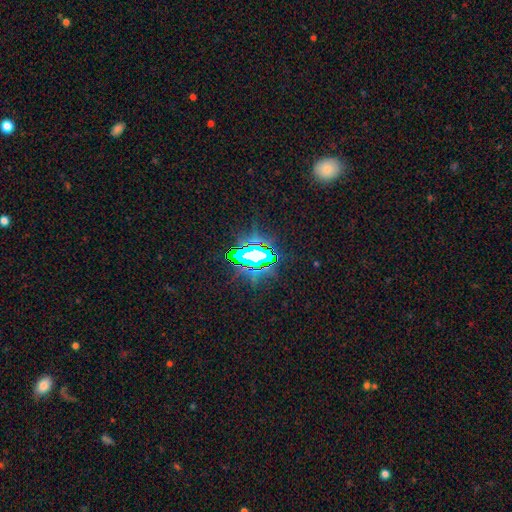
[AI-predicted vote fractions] This is likely a star or artifact rather than a galaxy (73%).